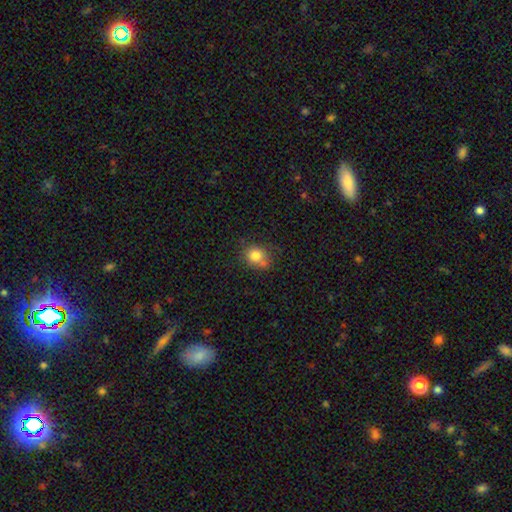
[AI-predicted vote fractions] A smooth galaxy with no disk features (81%) that is round (64%). Merging: none (62%).